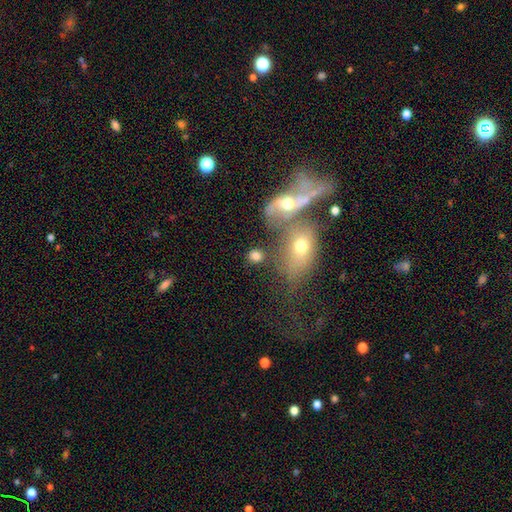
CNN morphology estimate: Smooth or featured?
  - smooth: 71% *
  - featured or disk: 18%
  - star or artifact: 11%
How rounded?
  - round: 56% *
  - in between: 41%
  - cigar-shaped: 3%
Merging?
  - none: 51% *
  - merger: 28%
  - minor disturbance: 12%
  - major disturbance: 9%